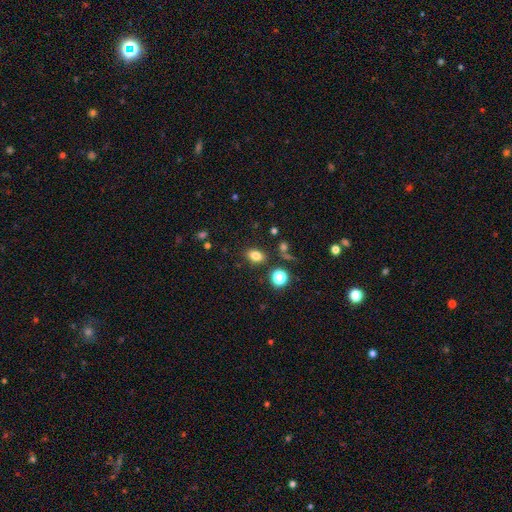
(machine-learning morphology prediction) Smooth or featured? smooth (79%)
How rounded? in between (78%)
Merging? none (82%)